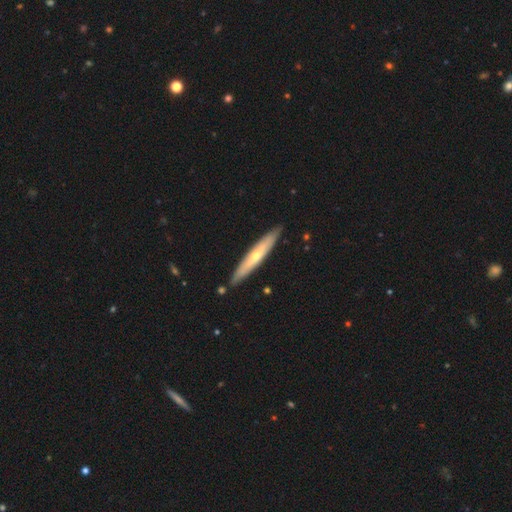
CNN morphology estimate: Smooth or featured?
  - featured or disk: 57% *
  - smooth: 38%
  - star or artifact: 5%
Edge-on disk?
  - yes: 85% *
  - no: 15%
Merging?
  - none: 87% *
  - minor disturbance: 9%
  - merger: 2%
  - major disturbance: 2%